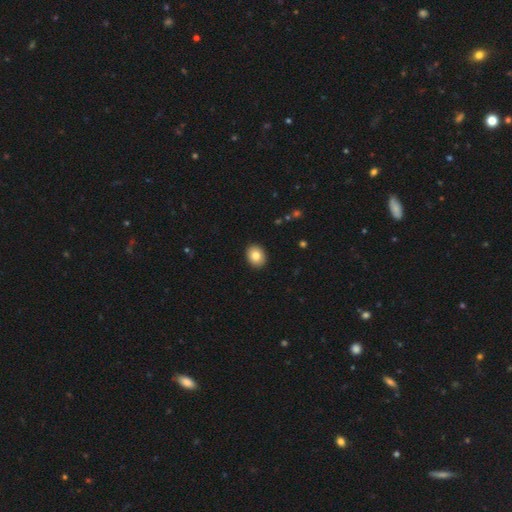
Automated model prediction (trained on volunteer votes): Smooth or featured? Predicted: smooth (p=0.83). How rounded? Predicted: in between (p=0.50). Merging? Predicted: none (p=0.92).